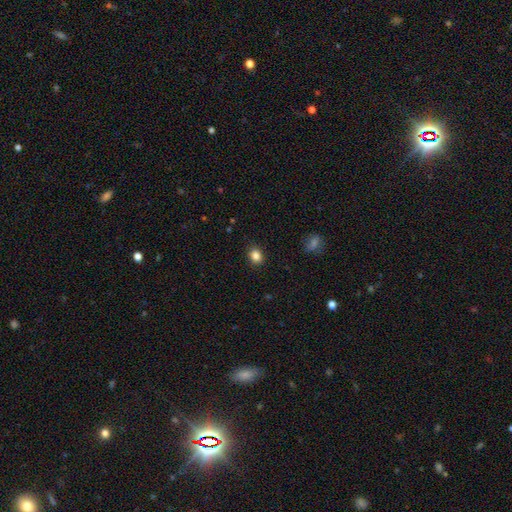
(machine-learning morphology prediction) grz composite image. It shows a smooth galaxy with no disk features (85%) that is round (52%). Merging: none (87%).